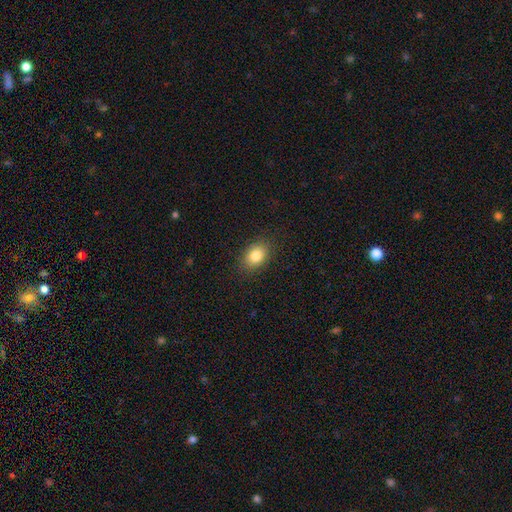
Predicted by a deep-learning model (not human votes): A smooth galaxy with no disk features (83%) that is in between round and cigar-shaped (75%).

Vote fractions:
- Smooth or featured? smooth: 83% / star or artifact: 9% / featured or disk: 8%
- How rounded? in between: 75% / round: 24% / cigar-shaped: 1%
- Merging? none: 87% / minor disturbance: 10% / major disturbance: 3% / merger: 1%